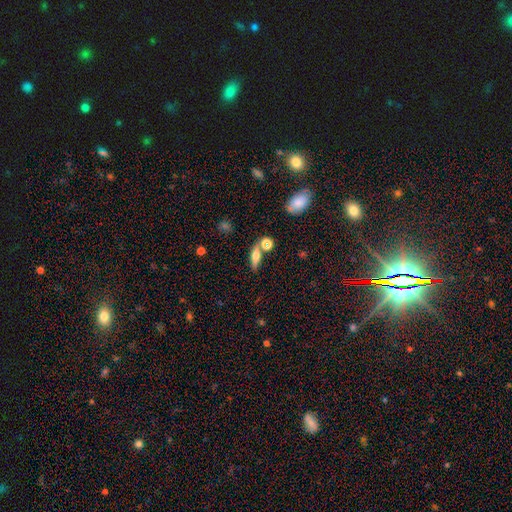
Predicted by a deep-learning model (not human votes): smooth 46%, featured or disk 43%, star or artifact 11%. Down the decision tree: merging — none (67%).